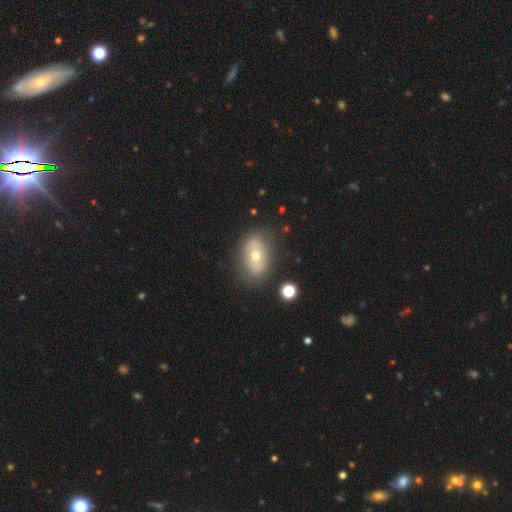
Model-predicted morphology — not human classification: Smooth or featured?
  - smooth: 47% *
  - featured or disk: 44%
  - star or artifact: 8%
Merging?
  - none: 76% *
  - minor disturbance: 16%
  - major disturbance: 5%
  - merger: 3%